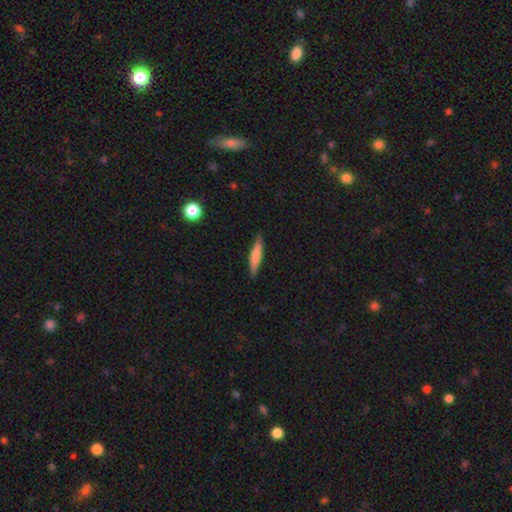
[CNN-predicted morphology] smooth-or-featured: smooth: 71% | featured or disk: 23% | star or artifact: 6%
  how-rounded: cigar-shaped: 87% | in between: 11% | round: 2%
  merging: none: 89% | minor disturbance: 9% | major disturbance: 2% | merger: 1%